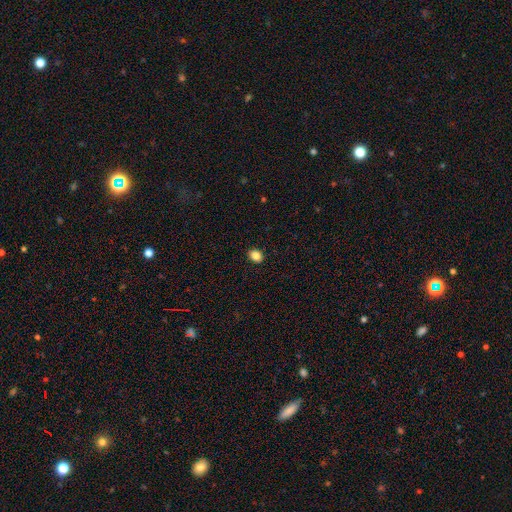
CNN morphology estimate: Smooth or featured? smooth (86%)
How rounded? in between (58%)
Merging? none (91%)